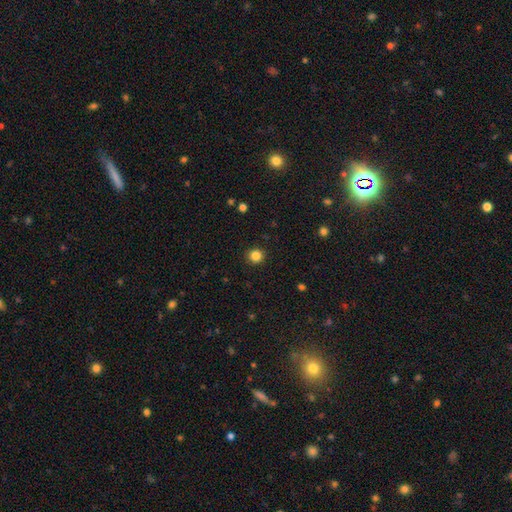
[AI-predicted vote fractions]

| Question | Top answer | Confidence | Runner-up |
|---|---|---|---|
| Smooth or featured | smooth | 85% | star or artifact (11%) |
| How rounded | round | 93% | in between (6%) |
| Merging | none | 92% | minor disturbance (5%) |